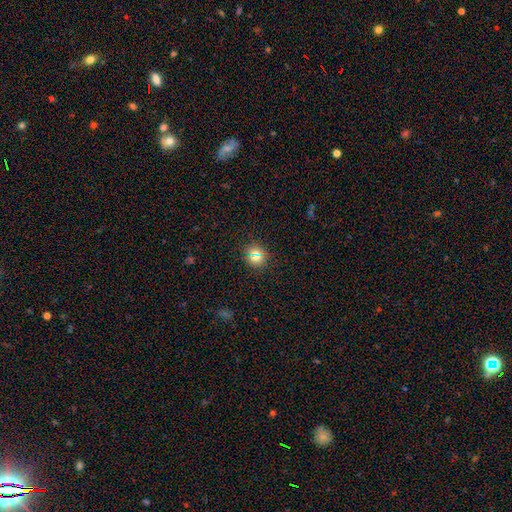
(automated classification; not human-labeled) Smooth or featured?
  - smooth: 71% *
  - star or artifact: 20%
  - featured or disk: 9%
How rounded?
  - round: 88% *
  - in between: 10%
  - cigar-shaped: 1%
Merging?
  - none: 88% *
  - minor disturbance: 7%
  - merger: 3%
  - major disturbance: 2%